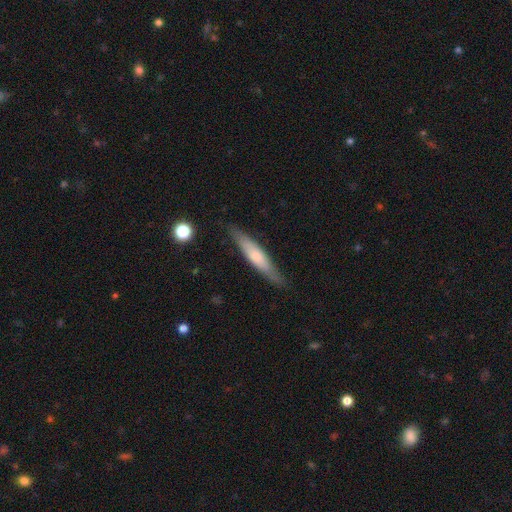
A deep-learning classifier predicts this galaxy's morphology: This is possibly a smooth galaxy (52%). How rounded: clearly cigar-shaped (89%). Merging: clearly none (87%).